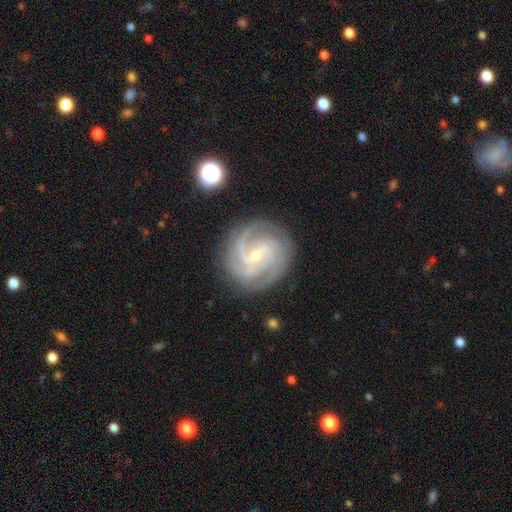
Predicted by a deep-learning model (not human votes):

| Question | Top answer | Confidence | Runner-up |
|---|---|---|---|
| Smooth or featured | featured or disk | 91% | star or artifact (5%) |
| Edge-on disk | no | 98% | yes (2%) |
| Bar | weak | 51% | no (27%) |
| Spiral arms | yes | 98% | no (2%) |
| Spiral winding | tight | 62% | medium (34%) |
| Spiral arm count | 3 | 44% | 4 (22%) |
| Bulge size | small | 65% | moderate (31%) |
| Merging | none | 82% | minor disturbance (13%) |